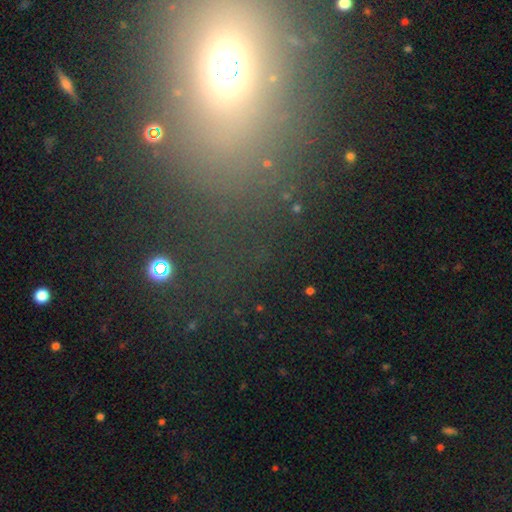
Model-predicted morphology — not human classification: This appears to be a star or artifact, not a galaxy (52%).